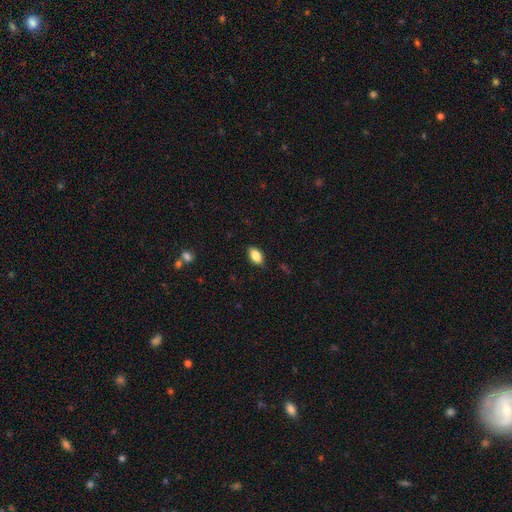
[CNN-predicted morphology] Smooth or featured: smooth — 85% (star or artifact — 8%)
How rounded: in between — 91% (round — 6%)
Merging: none — 86% (minor disturbance — 11%)